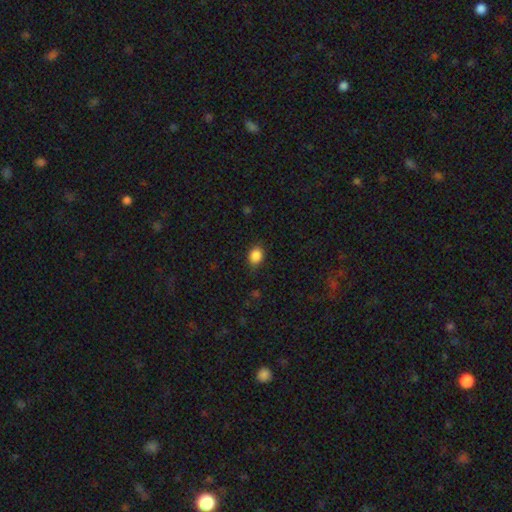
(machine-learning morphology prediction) smooth_or_featured: smooth (p=0.87) [alt: star or artifact p=0.10]
how_rounded: in between (p=0.56) [alt: round p=0.43]
merging: none (p=0.82) [alt: minor disturbance p=0.14]